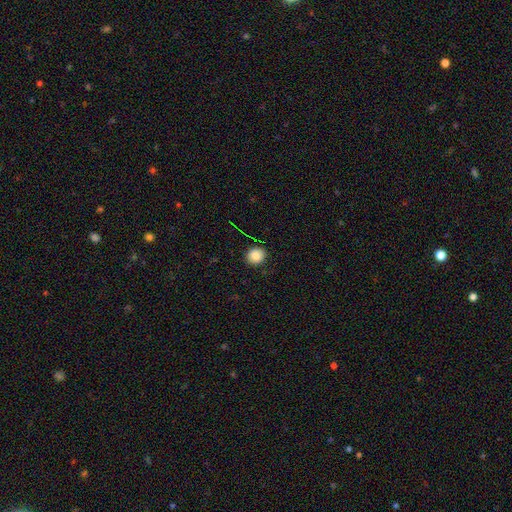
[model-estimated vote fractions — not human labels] Q: Smooth or featured?
A: smooth (84%); runner-up: star or artifact (10%)
Q: How rounded?
A: round (83%); runner-up: in between (16%)
Q: Merging?
A: none (89%); runner-up: minor disturbance (8%)